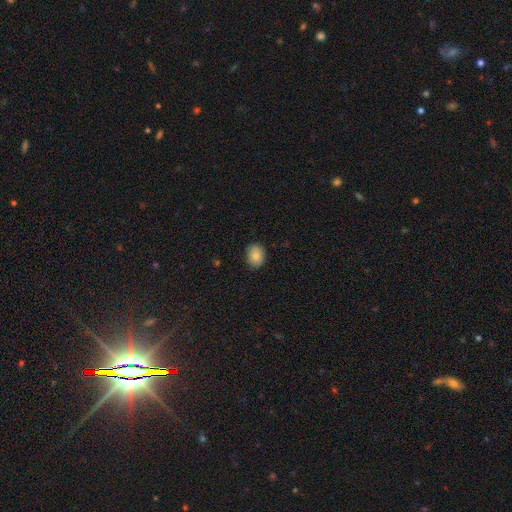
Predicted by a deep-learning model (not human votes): smooth_or_featured: smooth (p=0.83) [alt: star or artifact p=0.09]
how_rounded: in between (p=0.55) [alt: round p=0.44]
merging: none (p=0.88) [alt: minor disturbance p=0.09]